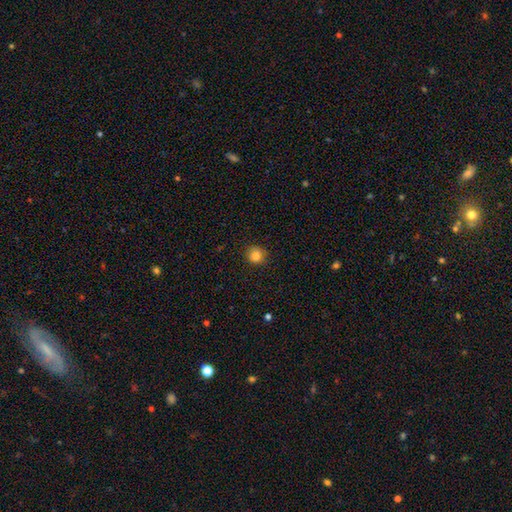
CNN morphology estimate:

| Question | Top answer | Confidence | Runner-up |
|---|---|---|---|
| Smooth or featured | smooth | 84% | star or artifact (11%) |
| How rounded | round | 89% | in between (10%) |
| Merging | none | 89% | minor disturbance (8%) |